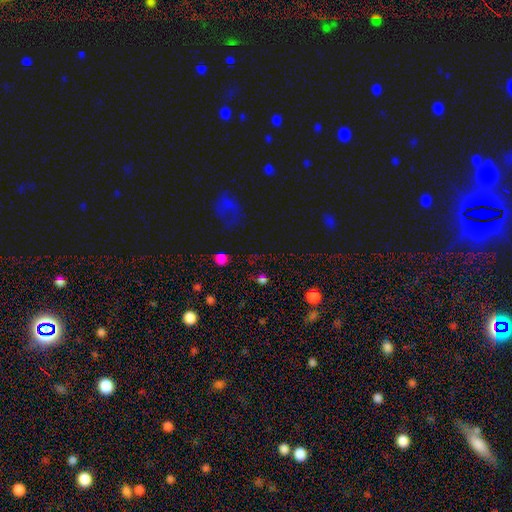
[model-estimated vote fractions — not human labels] Smooth or featured?
  - smooth: 45% *
  - star or artifact: 44%
  - featured or disk: 11%
Merging?
  - none: 67% *
  - major disturbance: 13%
  - minor disturbance: 13%
  - merger: 6%